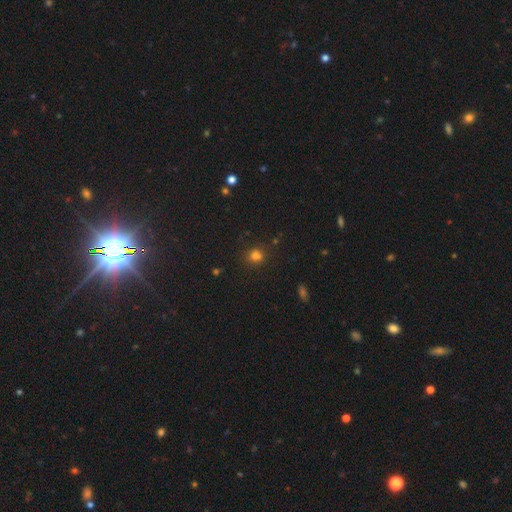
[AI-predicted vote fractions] Smooth or featured: smooth — 78% (star or artifact — 17%)
How rounded: round — 81% (in between — 18%)
Merging: none — 81% (minor disturbance — 12%)